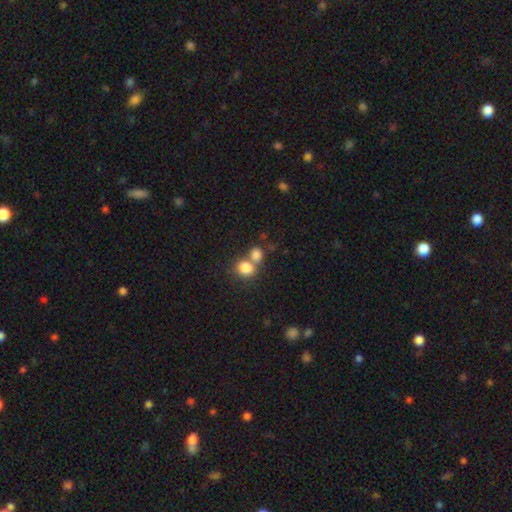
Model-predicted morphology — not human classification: A smooth galaxy with no disk features (80%) that is round (66%).

Vote fractions:
- Smooth or featured? smooth: 80% / star or artifact: 12% / featured or disk: 8%
- How rounded? round: 66% / in between: 33% / cigar-shaped: 1%
- Merging? merger: 49% / none: 41% / minor disturbance: 7% / major disturbance: 3%